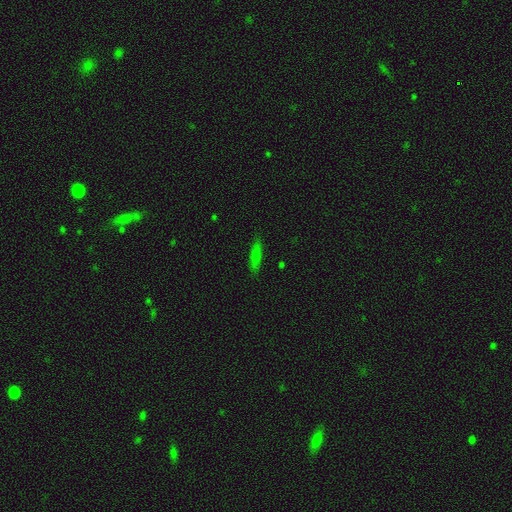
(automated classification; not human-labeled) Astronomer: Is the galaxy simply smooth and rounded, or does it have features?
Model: smooth — 60%.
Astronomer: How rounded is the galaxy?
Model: cigar-shaped — 75%.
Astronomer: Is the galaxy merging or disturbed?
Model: none — 87%.